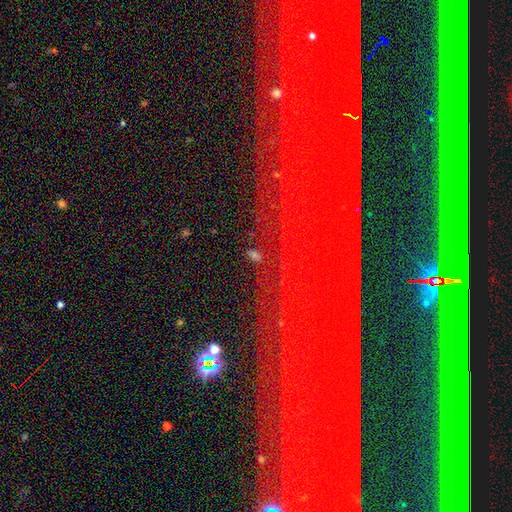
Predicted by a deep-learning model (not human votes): A star or artifact, not a galaxy (70%).